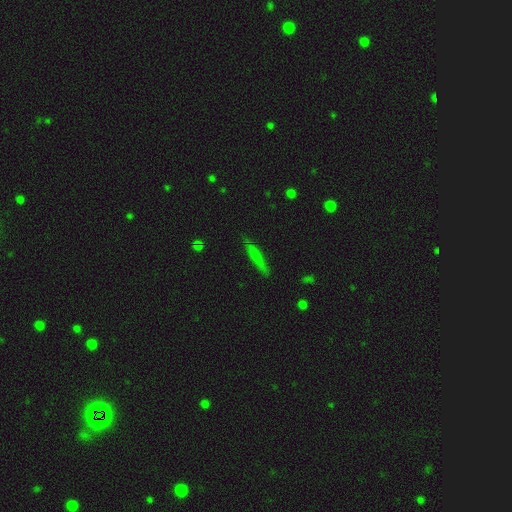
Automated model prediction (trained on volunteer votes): smooth_or_featured: smooth (p=0.68) [alt: featured or disk p=0.23]
how_rounded: cigar-shaped (p=0.89) [alt: in between p=0.09]
merging: none (p=0.81) [alt: minor disturbance p=0.14]